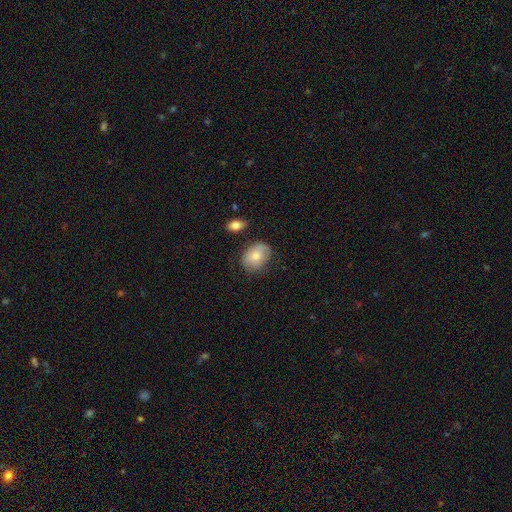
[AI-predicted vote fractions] smooth 77%, featured or disk 15%, star or artifact 7%. Down the decision tree: how rounded — in between (70%); merging — none (70%).